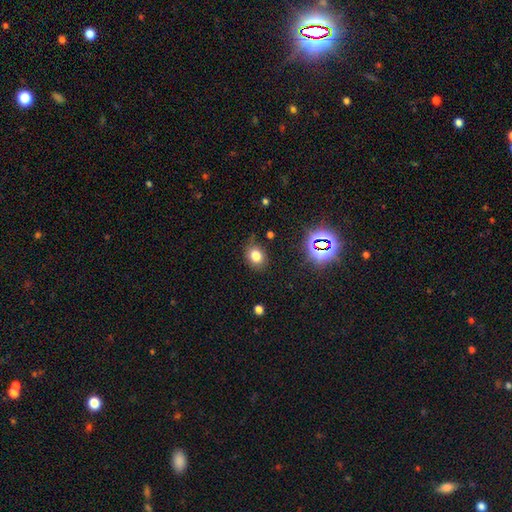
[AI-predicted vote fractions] smooth 75%, star or artifact 17%, featured or disk 8%. Down the decision tree: how rounded — round (50%); merging — none (77%).